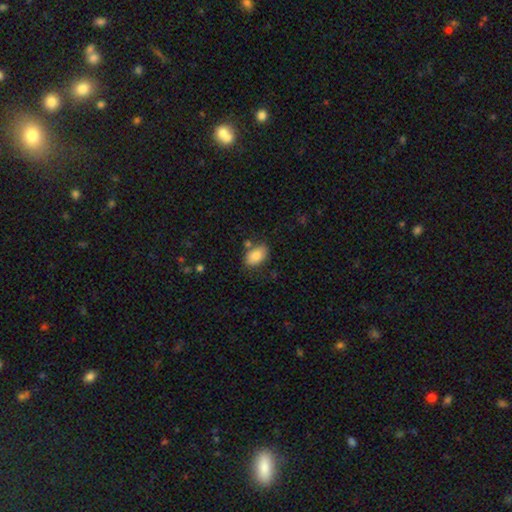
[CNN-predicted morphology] Smooth or featured?
  - smooth: 84% *
  - featured or disk: 9%
  - star or artifact: 7%
How rounded?
  - in between: 89% *
  - round: 9%
  - cigar-shaped: 1%
Merging?
  - none: 69% *
  - minor disturbance: 18%
  - merger: 8%
  - major disturbance: 5%